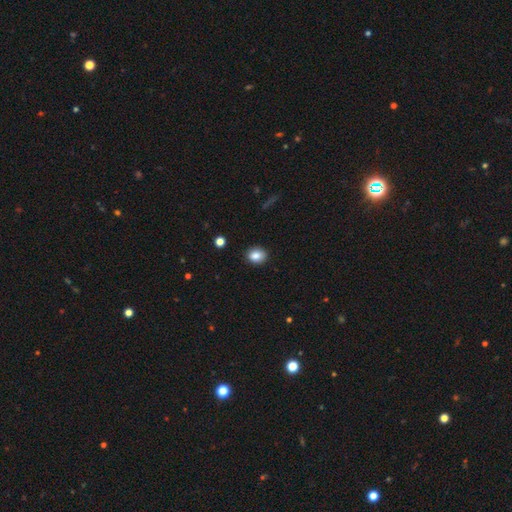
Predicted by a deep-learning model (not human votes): smooth_or_featured: smooth (p=0.86) [alt: star or artifact p=0.09]
how_rounded: round (p=0.51) [alt: in between p=0.48]
merging: none (p=0.90) [alt: minor disturbance p=0.07]